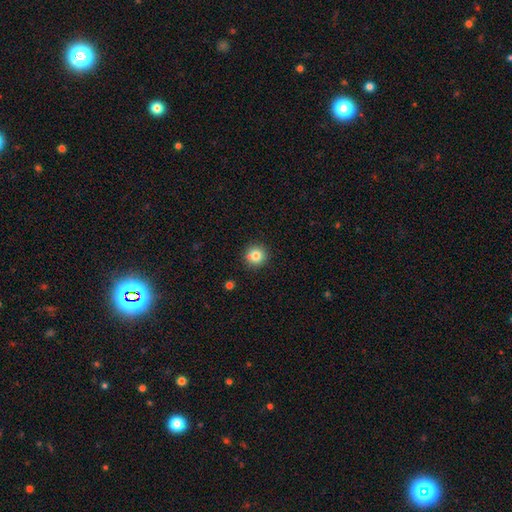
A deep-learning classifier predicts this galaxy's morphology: This appears to be a smooth galaxy with no disk features (79%) that is round (94%). Merging: none (79%).